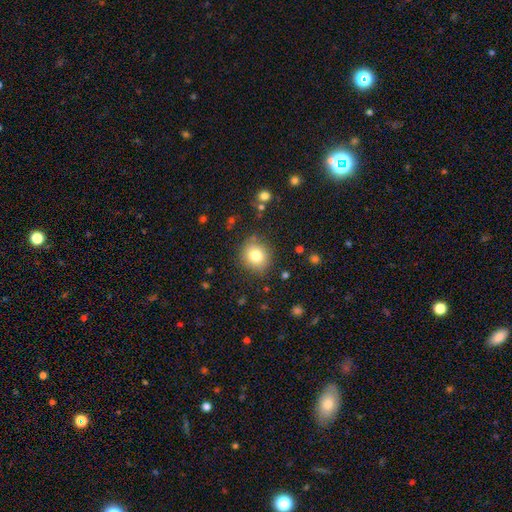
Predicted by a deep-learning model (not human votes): Smooth or featured? smooth (79%)
How rounded? round (81%)
Merging? none (85%)